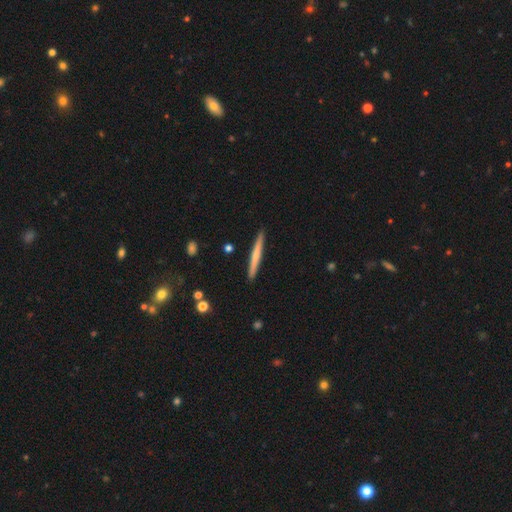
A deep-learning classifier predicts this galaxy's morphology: smooth 55%, featured or disk 40%, star or artifact 6%. Down the decision tree: how rounded — cigar-shaped (96%); merging — none (91%).